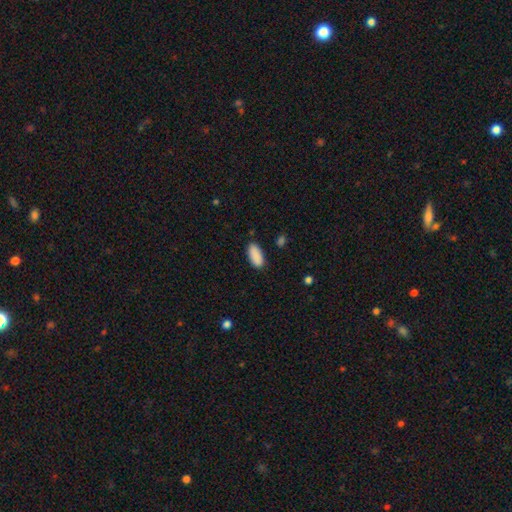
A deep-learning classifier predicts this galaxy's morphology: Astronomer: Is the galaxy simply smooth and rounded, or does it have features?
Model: smooth — 90%.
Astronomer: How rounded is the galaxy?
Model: in between — 87%.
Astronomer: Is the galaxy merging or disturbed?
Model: none — 87%.